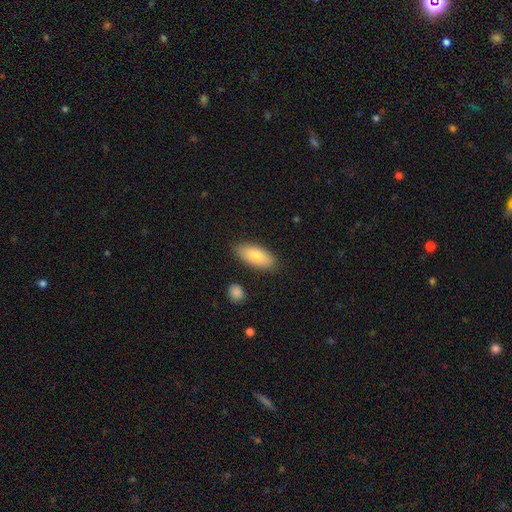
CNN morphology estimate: This is clearly a smooth galaxy (80%). How rounded: clearly in between (86%). Merging: clearly none (84%).